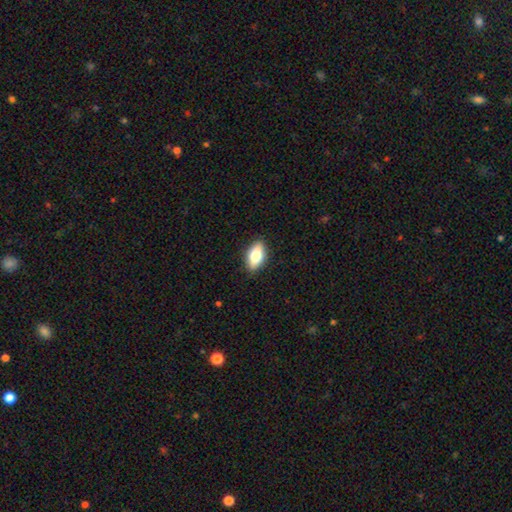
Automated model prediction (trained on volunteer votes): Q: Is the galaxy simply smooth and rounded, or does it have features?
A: smooth — 74%.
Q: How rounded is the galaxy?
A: in between — 87%.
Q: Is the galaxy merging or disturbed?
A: none — 88%.